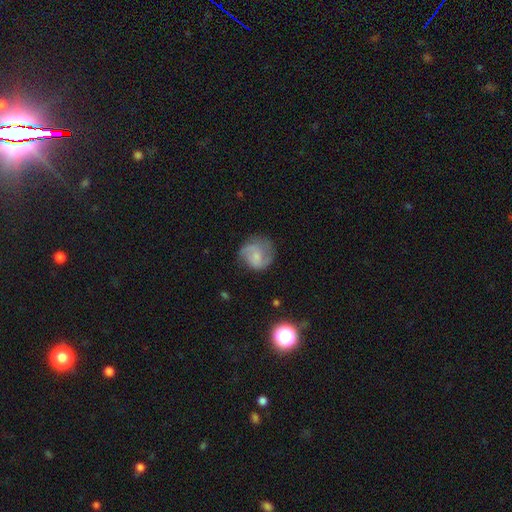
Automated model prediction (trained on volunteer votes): Morphology: type=featured or disk (53%); edge-on=no (98%); bar=no (59%); spiral arms=yes (85%); bulge=small (45%); merging=none (64%).